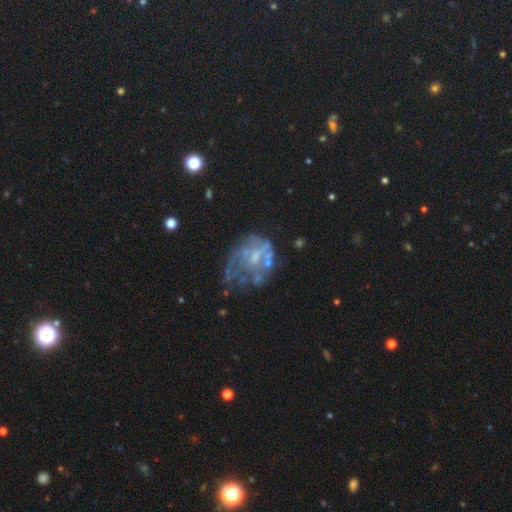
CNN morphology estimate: Q: Smooth or featured?
A: featured or disk (68%); runner-up: smooth (20%)
Q: Edge-on disk?
A: no (98%); runner-up: yes (2%)
Q: Bar?
A: no (72%); runner-up: weak (23%)
Q: Spiral arms?
A: no (71%); runner-up: yes (29%)
Q: Bulge size?
A: none (36%); runner-up: small (33%)
Q: Merging?
A: none (36%); runner-up: major disturbance (33%)